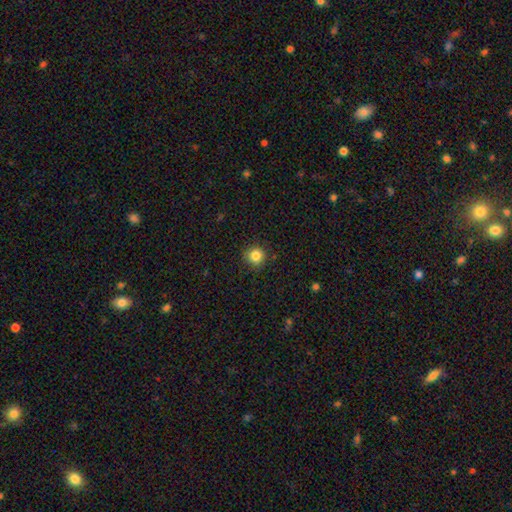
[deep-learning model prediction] smooth-or-featured: smooth: 84% | star or artifact: 11% | featured or disk: 5%
  how-rounded: round: 93% | in between: 6% | cigar-shaped: 1%
  merging: none: 88% | minor disturbance: 8% | major disturbance: 2% | merger: 1%